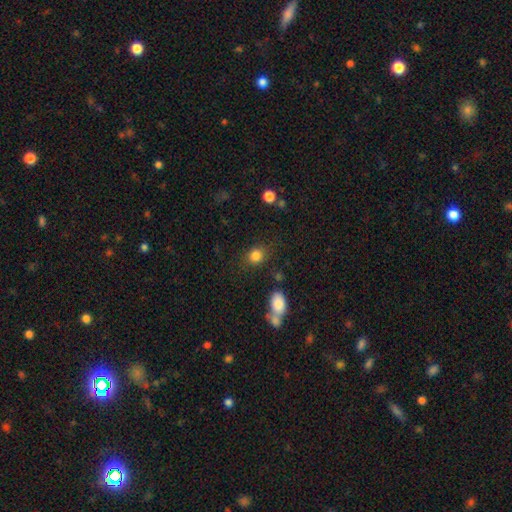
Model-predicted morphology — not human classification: Smooth or featured?
  - smooth: 84% *
  - star or artifact: 11%
  - featured or disk: 6%
How rounded?
  - round: 64% *
  - in between: 35%
  - cigar-shaped: 1%
Merging?
  - none: 77% *
  - minor disturbance: 13%
  - merger: 5%
  - major disturbance: 5%